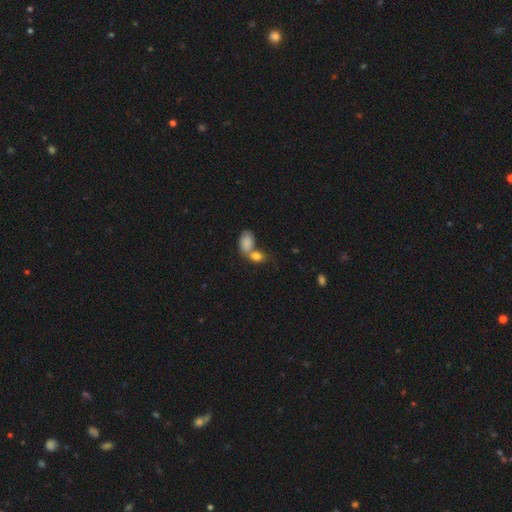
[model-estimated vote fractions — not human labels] The model was most divided on "merging": merger: 51%, none: 33%, minor disturbance: 9%, major disturbance: 7%. More confident: how rounded — in between (65%); smooth or featured — smooth (57%).